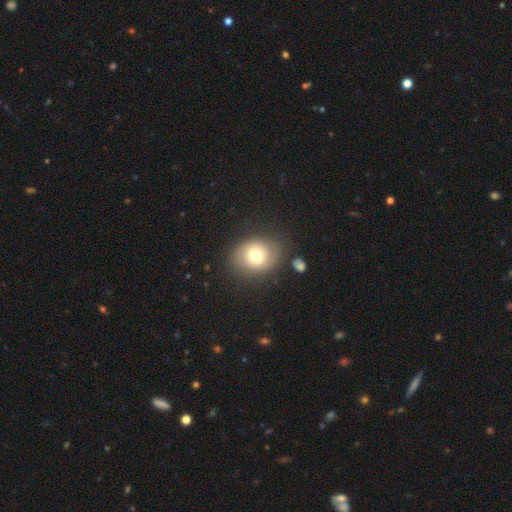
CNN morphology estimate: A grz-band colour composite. It shows a smooth galaxy with no disk features (69%) that is round (57%). Merging: none (74%).